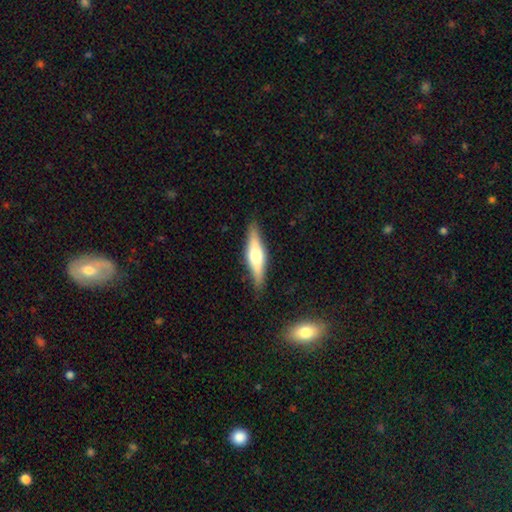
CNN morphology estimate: Smooth or featured: featured or disk — 55% (smooth — 39%)
Edge-on disk: yes — 93% (no — 7%)
Edge-on bulge: rounded — 90% (boxy — 7%)
Merging: none — 85% (minor disturbance — 11%)